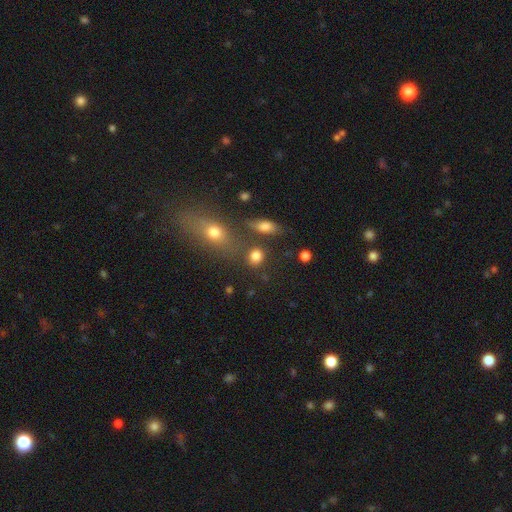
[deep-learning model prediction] Q: Smooth or featured?
A: smooth (81%); runner-up: star or artifact (12%)
Q: How rounded?
A: round (66%); runner-up: in between (32%)
Q: Merging?
A: none (69%); runner-up: merger (14%)